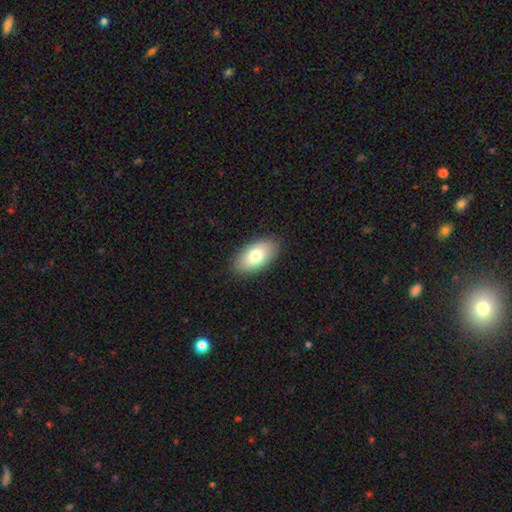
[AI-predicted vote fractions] Smooth or featured? smooth (77%)
How rounded? in between (94%)
Merging? none (88%)